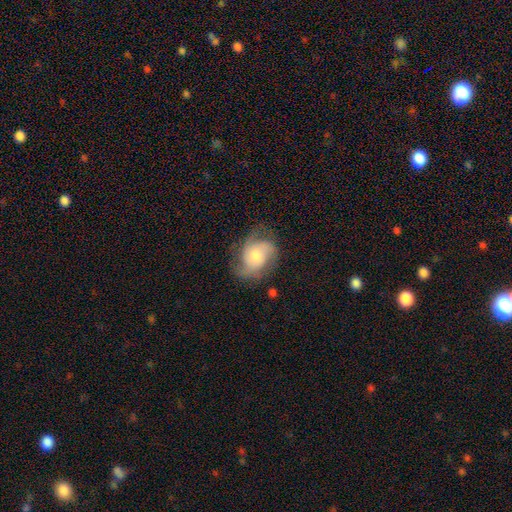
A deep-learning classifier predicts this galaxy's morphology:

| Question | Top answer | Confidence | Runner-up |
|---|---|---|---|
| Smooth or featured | featured or disk | 68% | smooth (24%) |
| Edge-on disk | no | 97% | yes (3%) |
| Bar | no | 74% | weak (22%) |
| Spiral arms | yes | 92% | no (8%) |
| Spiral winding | medium | 46% | tight (30%) |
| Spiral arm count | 3 | 36% | 2 (34%) |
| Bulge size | moderate | 51% | small (31%) |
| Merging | none | 65% | minor disturbance (22%) |